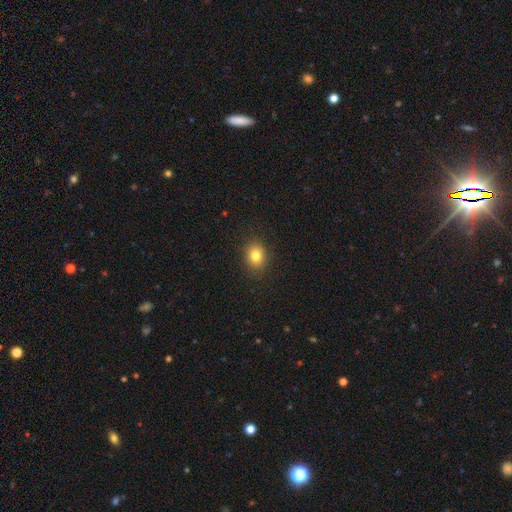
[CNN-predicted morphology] smooth 80%, star or artifact 12%, featured or disk 8%. Down the decision tree: how rounded — round (59%); merging — none (88%).